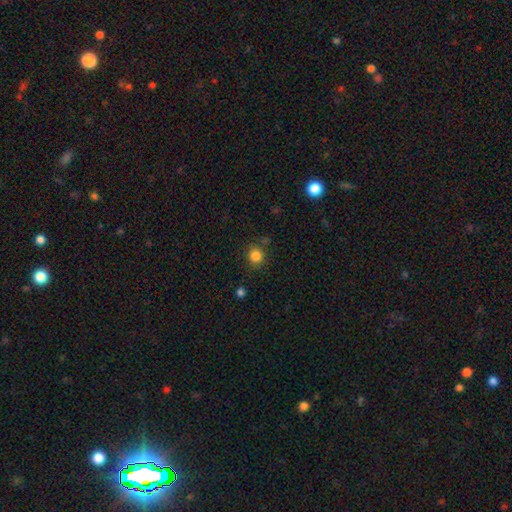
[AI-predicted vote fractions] This appears to be a smooth galaxy with no disk features (84%) that is round (89%). Merging: none (84%).